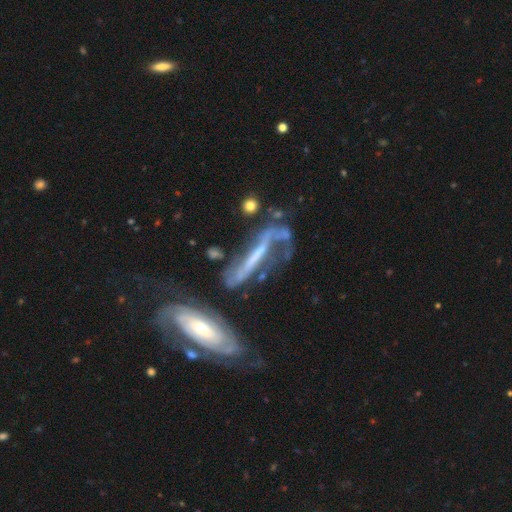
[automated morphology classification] Overall: featured or disk (75%). Edge-on disk: no (62%; yes 38%). Merging: none (34%; major disturbance 26%).